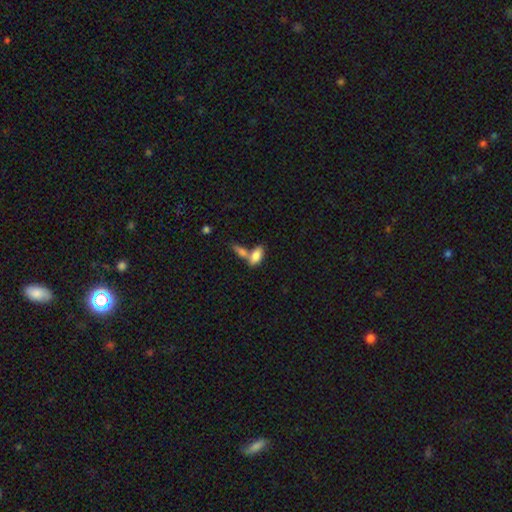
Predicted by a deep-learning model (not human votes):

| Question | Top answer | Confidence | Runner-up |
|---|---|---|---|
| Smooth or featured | smooth | 82% | featured or disk (10%) |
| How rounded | in between | 89% | cigar-shaped (8%) |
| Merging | merger | 53% | none (34%) |